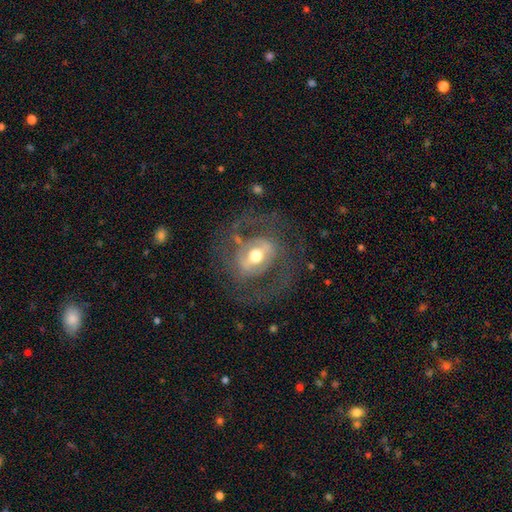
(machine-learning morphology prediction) Overall: featured or disk (73%). Edge-on disk: no (94%). Bar: weak (36%; strong 35%). Spiral arms: yes (58%; no 42%). Bulge size: moderate (70%). Merging: none (62%).